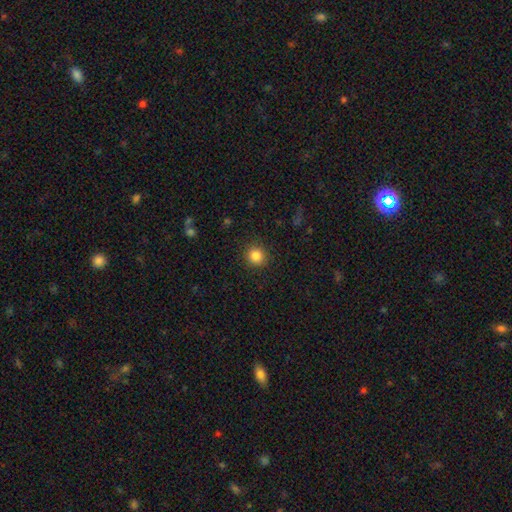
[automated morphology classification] Smooth or featured? smooth (85%)
How rounded? round (93%)
Merging? none (91%)